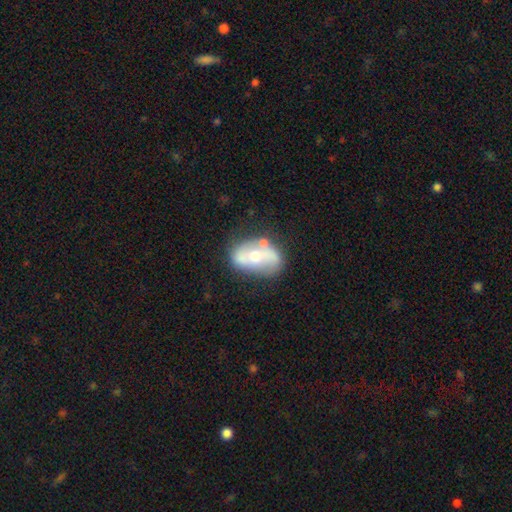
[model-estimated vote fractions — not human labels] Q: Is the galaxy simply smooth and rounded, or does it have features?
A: featured or disk — 63%.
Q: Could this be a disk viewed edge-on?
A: no — 93%.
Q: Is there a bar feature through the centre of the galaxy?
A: no — 49%.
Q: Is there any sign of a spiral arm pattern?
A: yes — 52%.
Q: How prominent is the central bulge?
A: moderate — 67%.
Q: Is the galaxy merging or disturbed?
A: none — 61%.